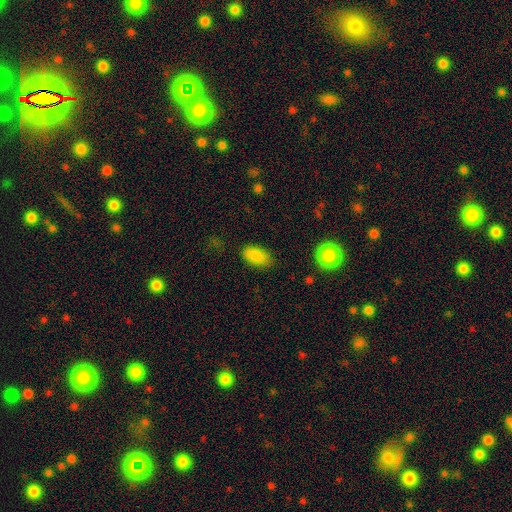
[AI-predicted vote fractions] smooth_or_featured: smooth (p=0.87) [alt: star or artifact p=0.09]
how_rounded: in between (p=0.93) [alt: round p=0.05]
merging: none (p=0.83) [alt: minor disturbance p=0.13]